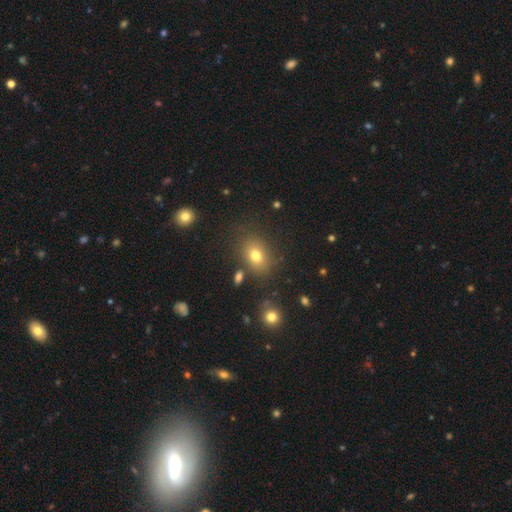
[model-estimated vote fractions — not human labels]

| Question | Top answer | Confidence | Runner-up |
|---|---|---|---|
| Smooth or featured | smooth | 75% | star or artifact (14%) |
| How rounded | in between | 67% | round (32%) |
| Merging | none | 78% | minor disturbance (12%) |